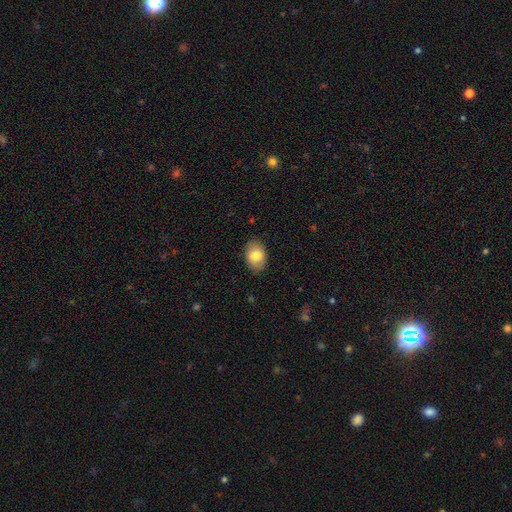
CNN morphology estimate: Smooth or featured? smooth (80%)
How rounded? in between (83%)
Merging? none (86%)